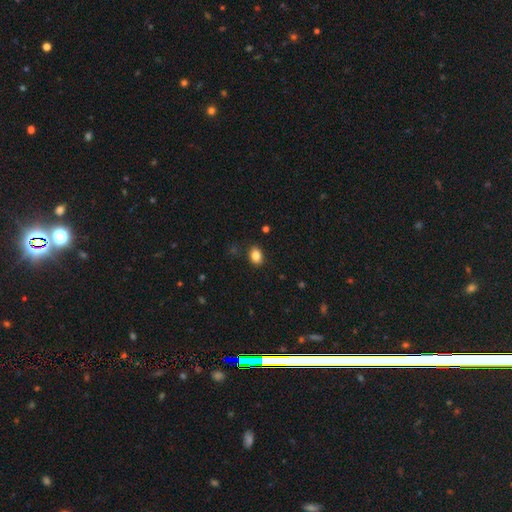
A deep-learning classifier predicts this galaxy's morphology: Overall: smooth (85%). How rounded: in between (73%). Merging: none (84%).